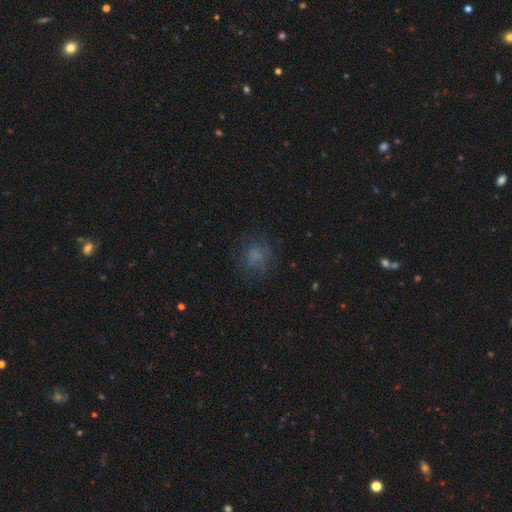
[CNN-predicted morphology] Overall: smooth (63%). How rounded: round (77%). Merging: none (70%).